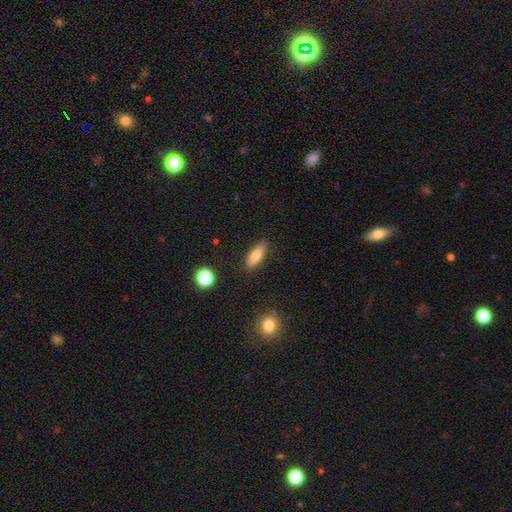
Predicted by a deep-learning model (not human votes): Smooth or featured? smooth (77%)
How rounded? in between (66%)
Merging? none (86%)